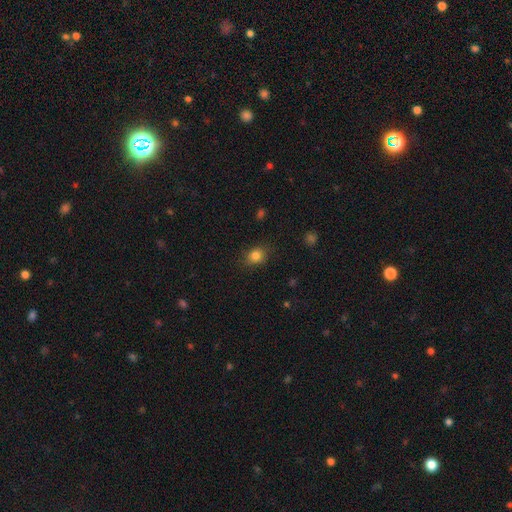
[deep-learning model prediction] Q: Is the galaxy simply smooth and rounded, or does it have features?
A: smooth — 83%.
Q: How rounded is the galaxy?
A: round — 57%.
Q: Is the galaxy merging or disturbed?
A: none — 81%.